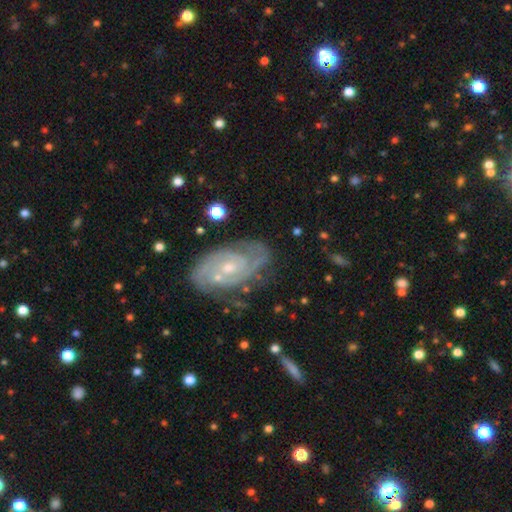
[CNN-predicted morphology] Smooth or featured?
  - featured or disk: 82% *
  - smooth: 10%
  - star or artifact: 9%
Edge-on disk?
  - no: 95% *
  - yes: 5%
Bar?
  - no: 62% *
  - weak: 30%
  - strong: 8%
Spiral arms?
  - yes: 95% *
  - no: 5%
Spiral winding?
  - tight: 67% *
  - medium: 26%
  - loose: 6%
Spiral arm count?
  - 2: 45% *
  - can't tell: 25%
  - 3: 15%
  - 4: 6%
  - 1: 5%
  - more than 4: 4%
Bulge size?
  - small: 67% *
  - moderate: 29%
  - none: 2%
  - large: 1%
  - dominant: 1%
Merging?
  - none: 77% *
  - minor disturbance: 16%
  - major disturbance: 5%
  - merger: 2%